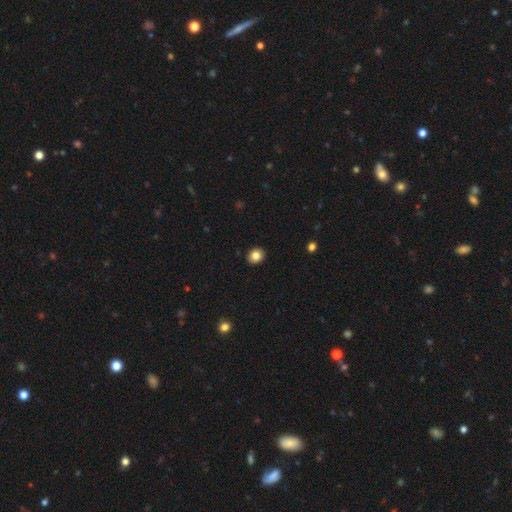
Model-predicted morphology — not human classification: A smooth galaxy with no disk features (84%) that is round (64%).

Vote fractions:
- Smooth or featured? smooth: 84% / star or artifact: 9% / featured or disk: 7%
- How rounded? round: 64% / in between: 35% / cigar-shaped: 1%
- Merging? none: 91% / minor disturbance: 6% / major disturbance: 2% / merger: 1%